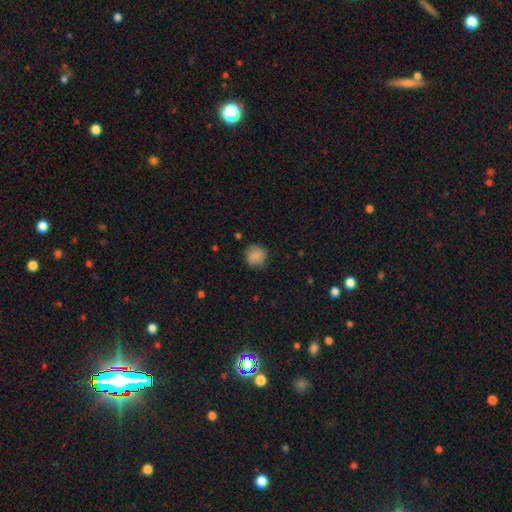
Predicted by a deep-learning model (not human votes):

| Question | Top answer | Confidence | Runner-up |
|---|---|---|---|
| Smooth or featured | smooth | 86% | star or artifact (9%) |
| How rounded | round | 89% | in between (10%) |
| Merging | none | 82% | minor disturbance (14%) |